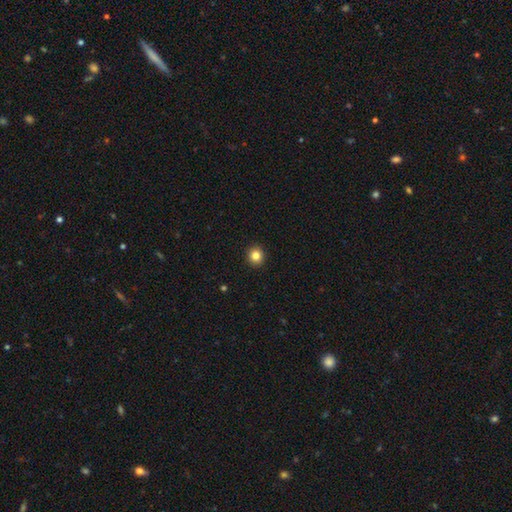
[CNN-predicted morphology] A smooth galaxy with no disk features (84%) that is round (91%). Merging: none (93%).